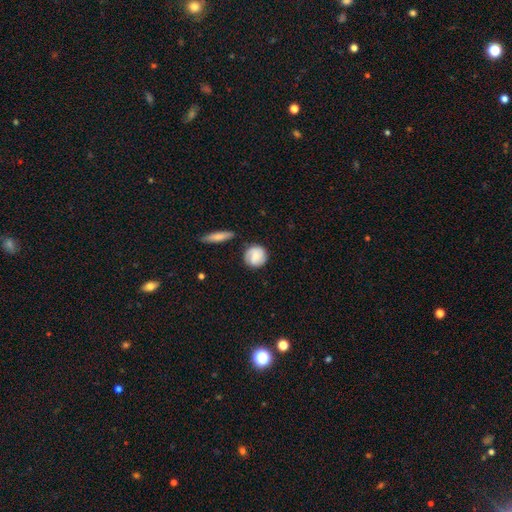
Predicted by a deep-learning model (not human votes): Smooth or featured? smooth (59%)
How rounded? round (88%)
Merging? none (77%)